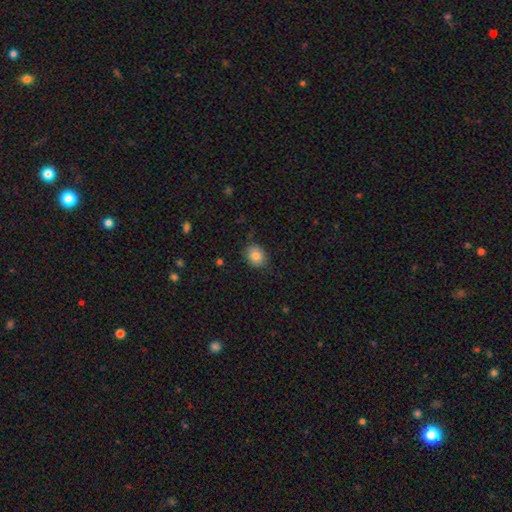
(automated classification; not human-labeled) A smooth galaxy with no disk features (85%) that is round (50%). Merging: none (81%).